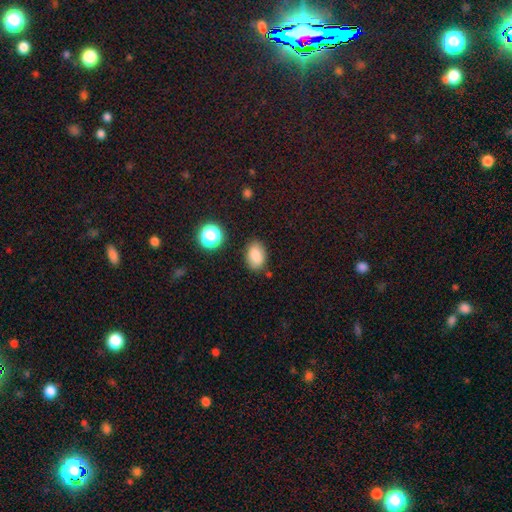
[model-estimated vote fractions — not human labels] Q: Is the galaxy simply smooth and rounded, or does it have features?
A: smooth — 84%.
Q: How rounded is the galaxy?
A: in between — 83%.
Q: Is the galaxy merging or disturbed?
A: none — 81%.